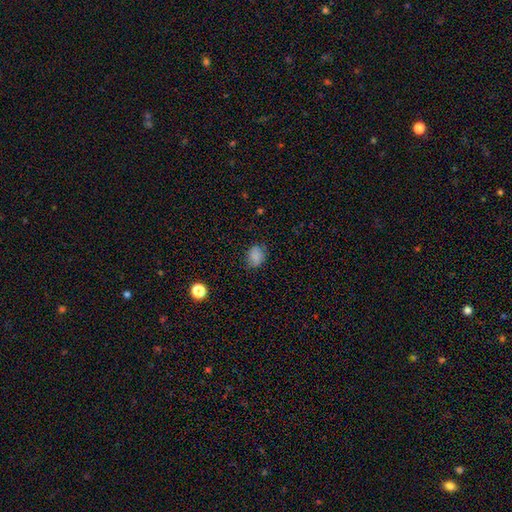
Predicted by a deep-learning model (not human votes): Morphology: type=smooth (84%); roundness=in between (54%); merging=none (76%).